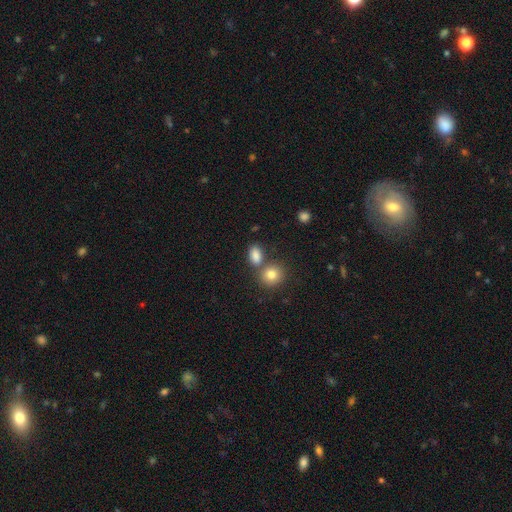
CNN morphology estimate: Smooth or featured? smooth (84%)
How rounded? in between (79%)
Merging? none (60%)